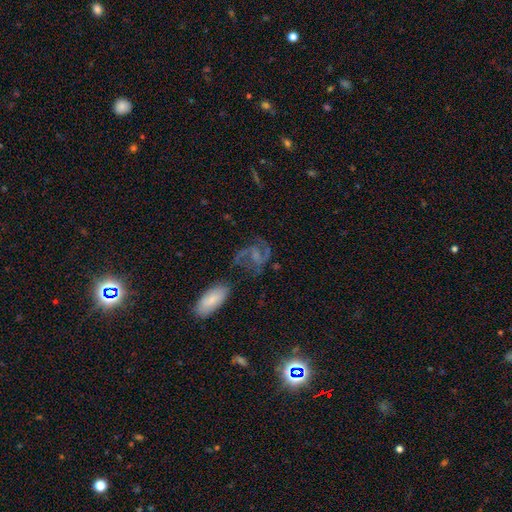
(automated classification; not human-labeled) Morphology: type=featured or disk (74%); edge-on=no (97%); bar=weak (43%); spiral arms=yes (91%); winding=medium (48%); arm count=2 (85%); bulge=none (43%); merging=none (55%).